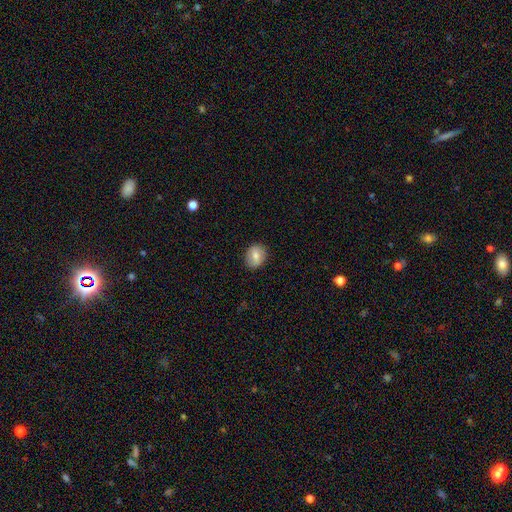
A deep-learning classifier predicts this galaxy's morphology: smooth 70%, featured or disk 22%, star or artifact 8%. Down the decision tree: how rounded — round (55%); merging — none (87%).